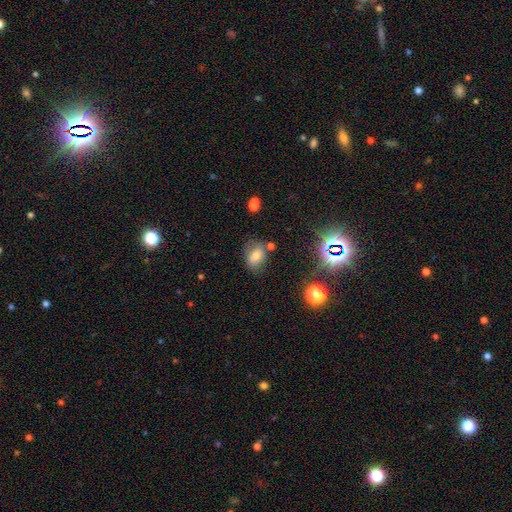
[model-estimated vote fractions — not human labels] Smooth or featured: smooth — 69% (featured or disk — 16%)
How rounded: in between — 71% (round — 28%)
Merging: none — 65% (minor disturbance — 21%)